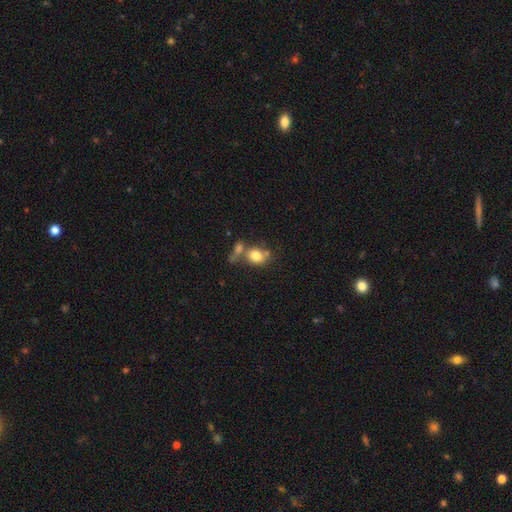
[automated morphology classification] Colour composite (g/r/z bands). It shows a smooth galaxy with no disk features (78%) that is round (54%). Merging: none (40%).